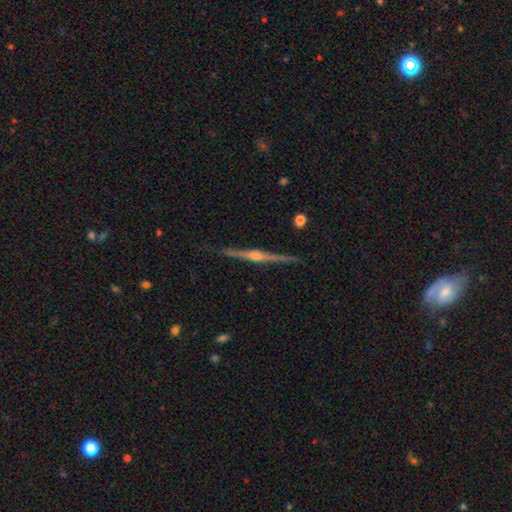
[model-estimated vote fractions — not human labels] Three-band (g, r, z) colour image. It shows a featured or disk galaxy (88%) viewed edge-on (99%) with a rounded central bulge (91%). Merging: none (91%).